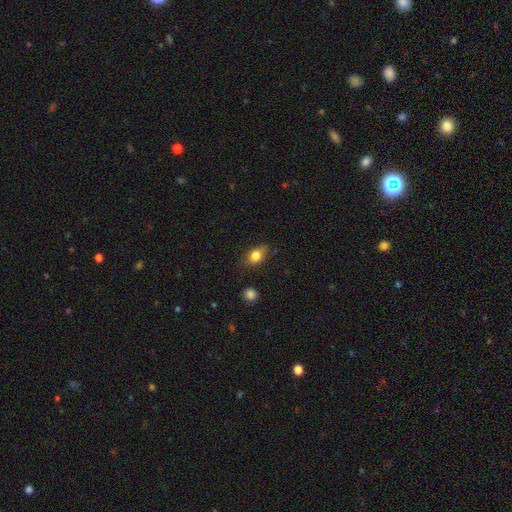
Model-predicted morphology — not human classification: smooth-or-featured: smooth: 80% | featured or disk: 11% | star or artifact: 9%
  how-rounded: in between: 73% | round: 22% | cigar-shaped: 4%
  merging: none: 75% | minor disturbance: 19% | major disturbance: 4% | merger: 2%